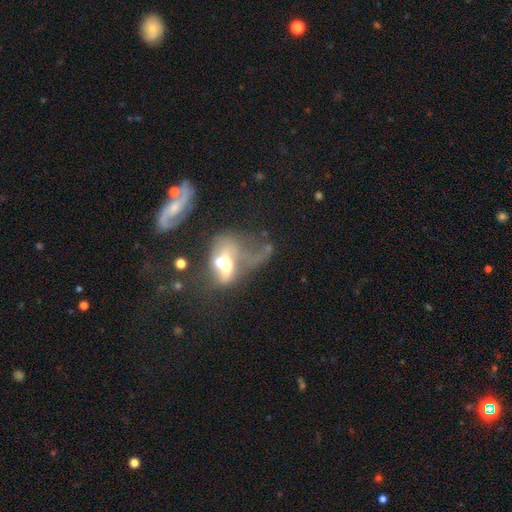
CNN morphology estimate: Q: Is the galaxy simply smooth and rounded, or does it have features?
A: featured or disk — 52%.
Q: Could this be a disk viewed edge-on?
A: no — 88%.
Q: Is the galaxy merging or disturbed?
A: major disturbance — 41%.